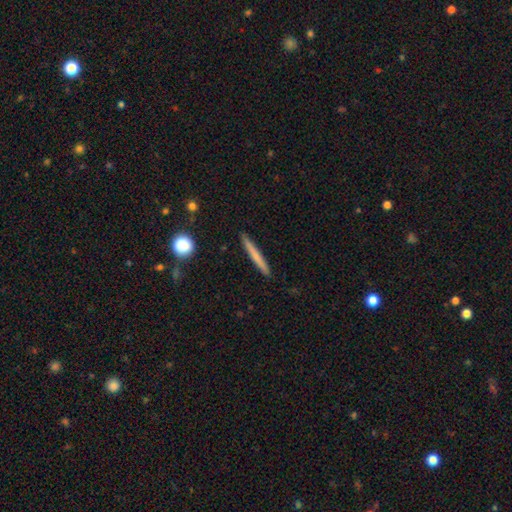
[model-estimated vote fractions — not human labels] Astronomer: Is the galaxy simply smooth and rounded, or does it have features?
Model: smooth — 63%.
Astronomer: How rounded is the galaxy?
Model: cigar-shaped — 95%.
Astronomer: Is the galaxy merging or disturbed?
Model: none — 91%.